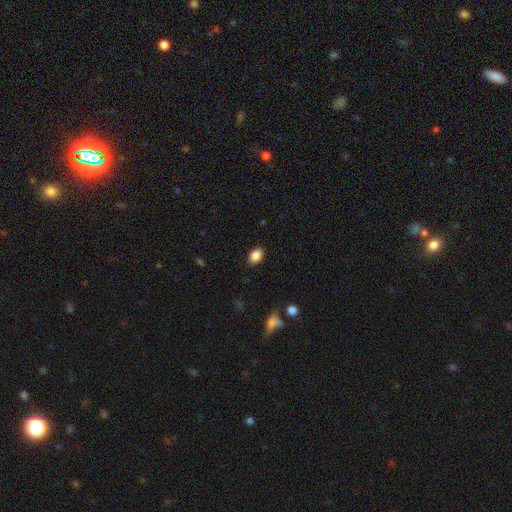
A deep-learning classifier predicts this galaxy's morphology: This appears to be a smooth galaxy with no disk features (87%) that is in between round and cigar-shaped (82%). Merging: none (86%).